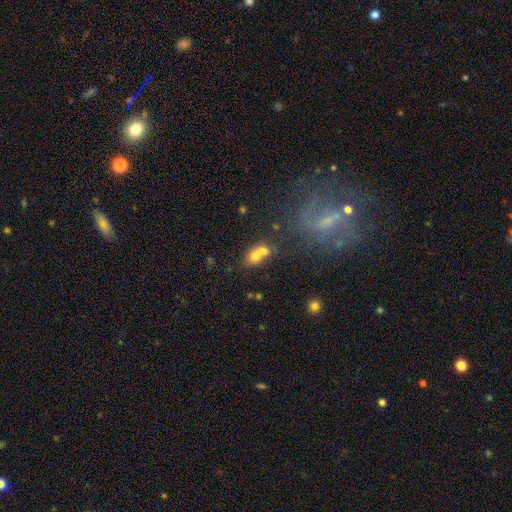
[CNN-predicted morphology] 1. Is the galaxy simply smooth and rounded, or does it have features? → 67% smooth, 19% featured or disk, 13% star or artifact.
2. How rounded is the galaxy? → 55% in between, 43% round, 2% cigar-shaped.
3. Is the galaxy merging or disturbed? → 63% merger, 25% none, 8% minor disturbance, 5% major disturbance.